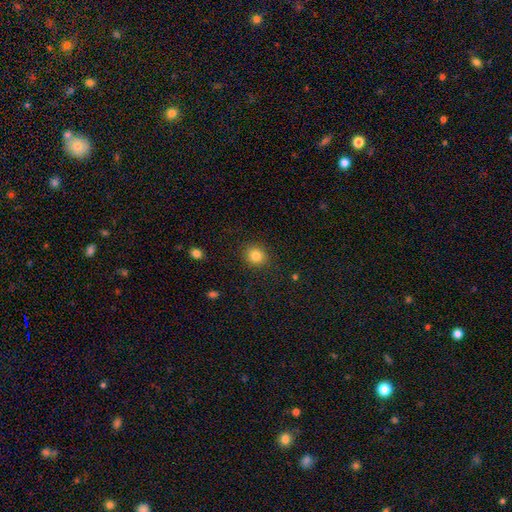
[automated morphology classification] A smooth galaxy with no disk features (84%) that is round (83%). Merging: none (89%).